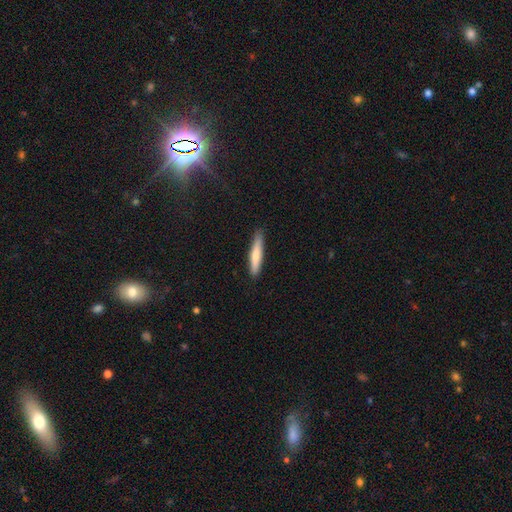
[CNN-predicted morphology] smooth-or-featured: smooth: 70% | featured or disk: 24% | star or artifact: 5%
  how-rounded: cigar-shaped: 89% | in between: 9% | round: 1%
  merging: none: 88% | minor disturbance: 9% | major disturbance: 2% | merger: 1%